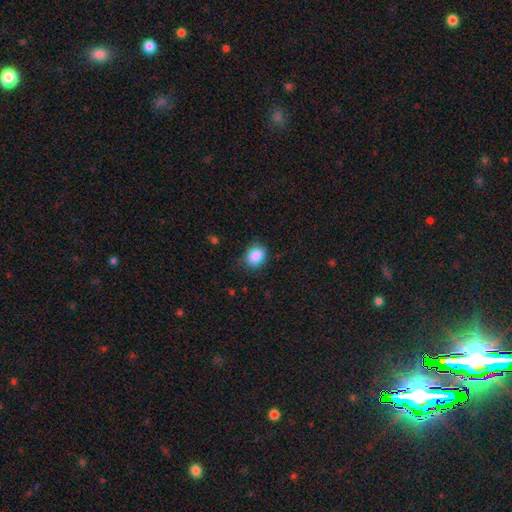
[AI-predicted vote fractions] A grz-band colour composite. It shows a smooth galaxy with no disk features (85%) that is round (54%). Merging: none (79%).